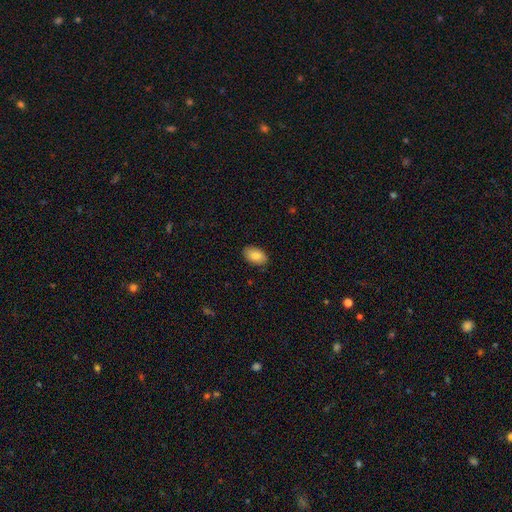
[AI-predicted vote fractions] Q: Smooth or featured?
A: smooth (85%); runner-up: featured or disk (8%)
Q: How rounded?
A: in between (93%); runner-up: round (5%)
Q: Merging?
A: none (88%); runner-up: minor disturbance (9%)